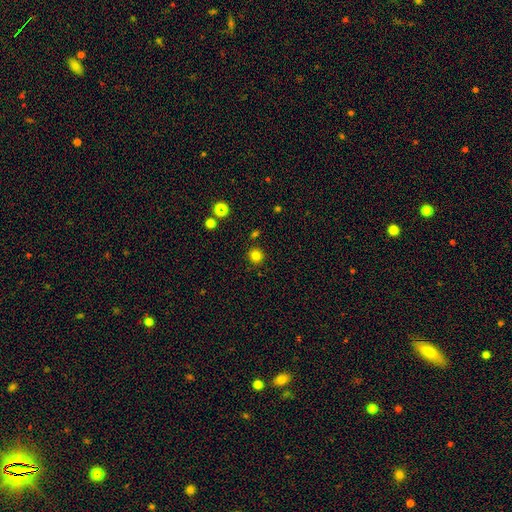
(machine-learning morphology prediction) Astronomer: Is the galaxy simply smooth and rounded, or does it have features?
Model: smooth — 80%.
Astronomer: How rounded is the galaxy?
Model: round — 92%.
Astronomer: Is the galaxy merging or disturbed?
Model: none — 88%.